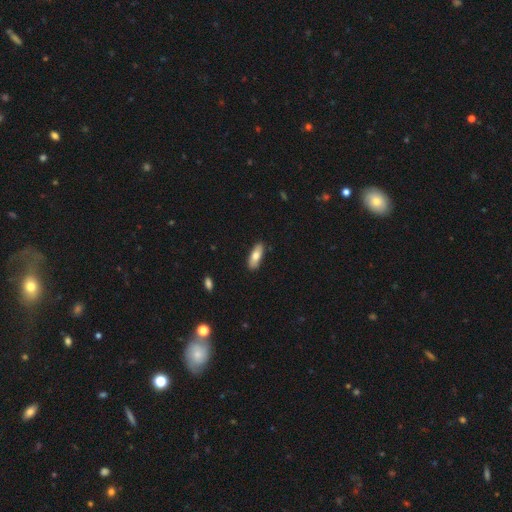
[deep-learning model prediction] This is likely a smooth galaxy (76%). How rounded: likely in between (69%). Merging: clearly none (86%).